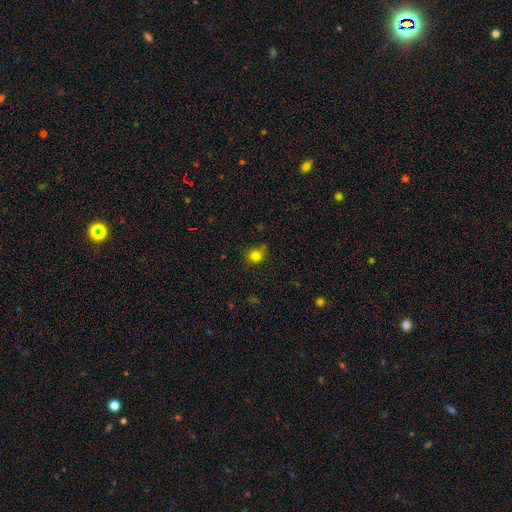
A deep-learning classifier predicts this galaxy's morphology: Smooth or featured?
  - smooth: 82% *
  - star or artifact: 13%
  - featured or disk: 5%
How rounded?
  - round: 84% *
  - in between: 15%
  - cigar-shaped: 1%
Merging?
  - none: 73% *
  - minor disturbance: 19%
  - major disturbance: 4%
  - merger: 3%